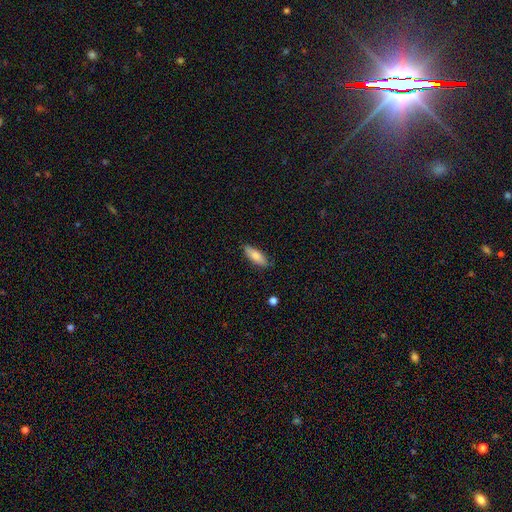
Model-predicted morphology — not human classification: The model was most divided on "how rounded": in between: 59%, cigar-shaped: 39%, round: 2%. More confident: merging — none (83%); smooth or featured — smooth (79%).